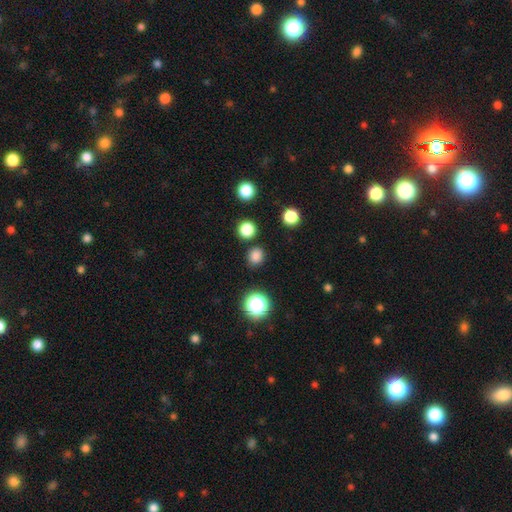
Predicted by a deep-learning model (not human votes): This is likely a smooth galaxy (79%). How rounded: likely round (79%). Merging: clearly none (85%).